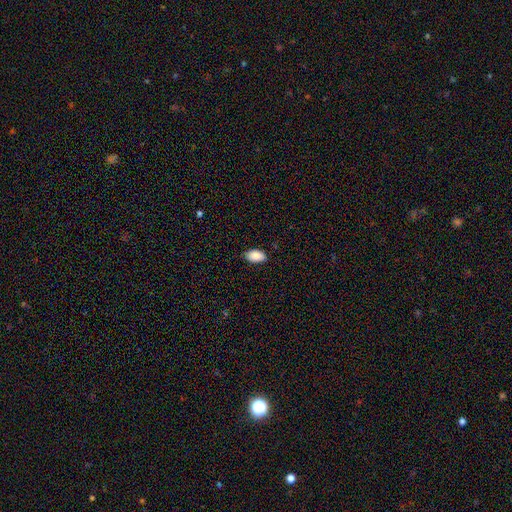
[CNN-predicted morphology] This is clearly a smooth galaxy (89%). How rounded: clearly in between (94%). Merging: clearly none (84%).